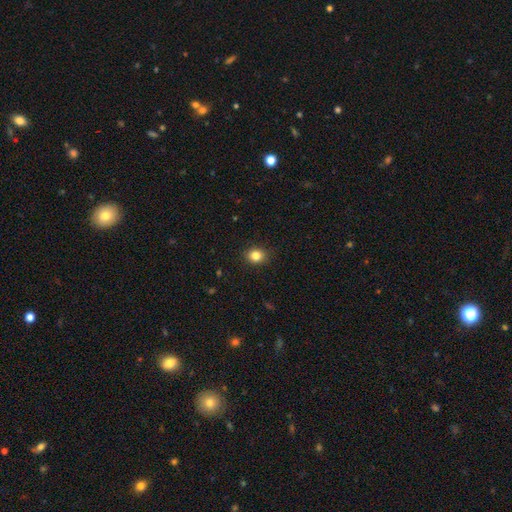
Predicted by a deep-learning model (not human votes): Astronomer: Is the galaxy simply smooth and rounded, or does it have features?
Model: smooth — 83%.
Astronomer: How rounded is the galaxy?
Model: round — 67%.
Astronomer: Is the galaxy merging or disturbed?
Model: none — 89%.